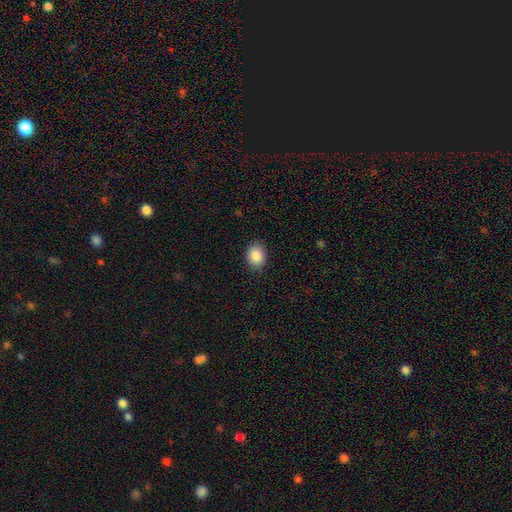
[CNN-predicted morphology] This appears to be a smooth galaxy with no disk features (89%) that is in between round and cigar-shaped (50%). Merging: none (88%).